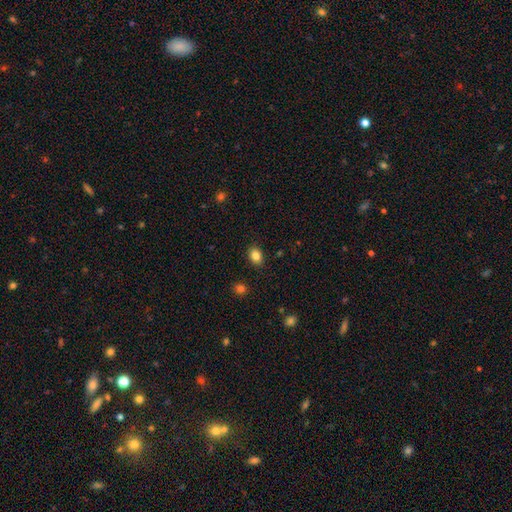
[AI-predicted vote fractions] Overall: smooth (84%). How rounded: in between (70%). Merging: none (87%).